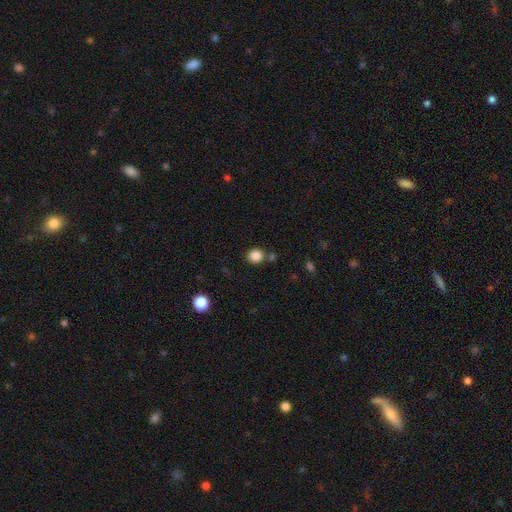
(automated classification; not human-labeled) This is clearly a smooth galaxy (85%). How rounded: clearly round (83%). Merging: likely none (78%).